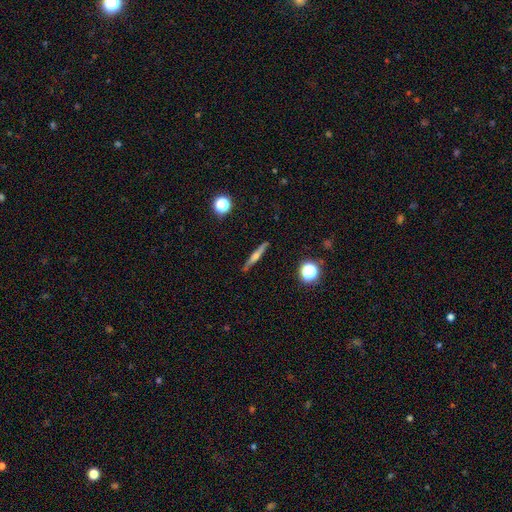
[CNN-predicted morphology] smooth_or_featured: featured or disk (p=0.60) [alt: smooth p=0.31]
disk_edge_on: yes (p=0.97) [alt: no p=0.03]
edge_on_bulge: rounded (p=0.79) [alt: none p=0.14]
merging: none (p=0.90) [alt: minor disturbance p=0.07]